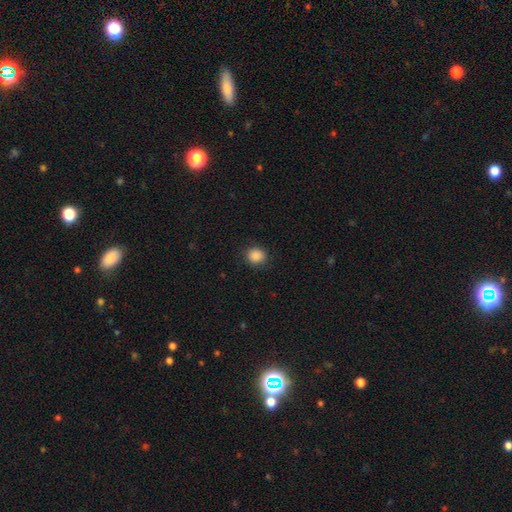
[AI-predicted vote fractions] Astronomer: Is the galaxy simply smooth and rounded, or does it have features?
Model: smooth — 88%.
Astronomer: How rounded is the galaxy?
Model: round — 80%.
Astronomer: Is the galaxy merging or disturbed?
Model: none — 88%.